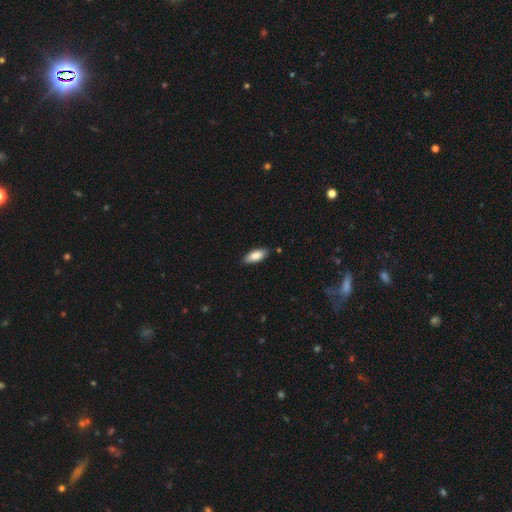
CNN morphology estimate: smooth 82%, featured or disk 12%, star or artifact 6%. Down the decision tree: how rounded — in between (81%); merging — none (84%).